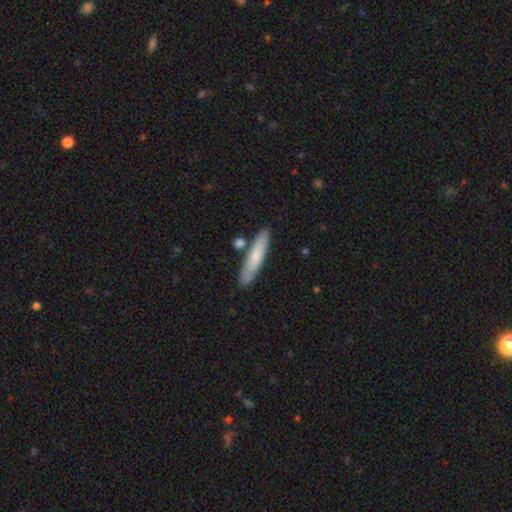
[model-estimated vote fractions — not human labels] Morphology: type=smooth (74%); roundness=cigar-shaped (86%); merging=none (80%).